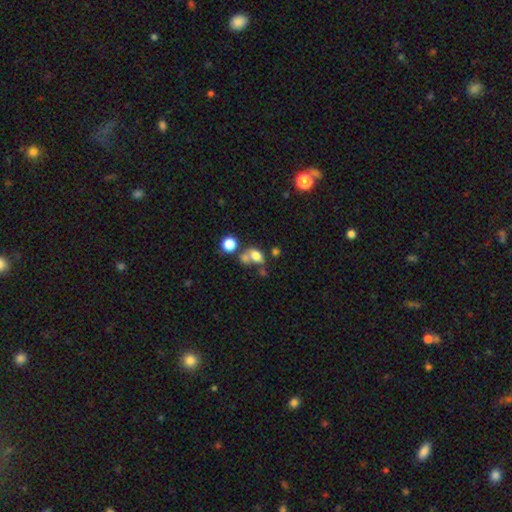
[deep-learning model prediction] Overall: smooth (74%). How rounded: in between (75%). Merging: merger (39%; none 38%).